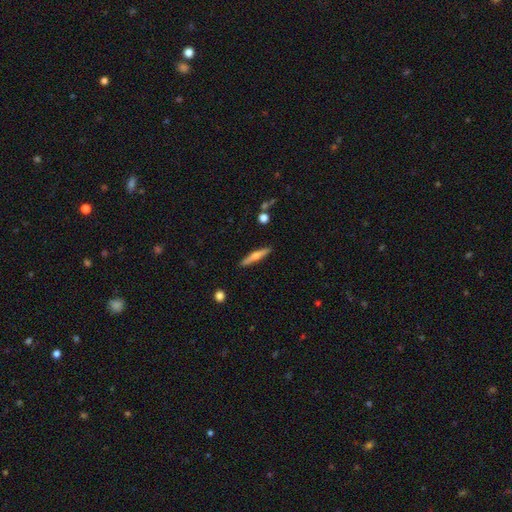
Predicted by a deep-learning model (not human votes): Q: Smooth or featured?
A: featured or disk (48%); runner-up: smooth (45%)
Q: Merging?
A: none (90%); runner-up: minor disturbance (7%)